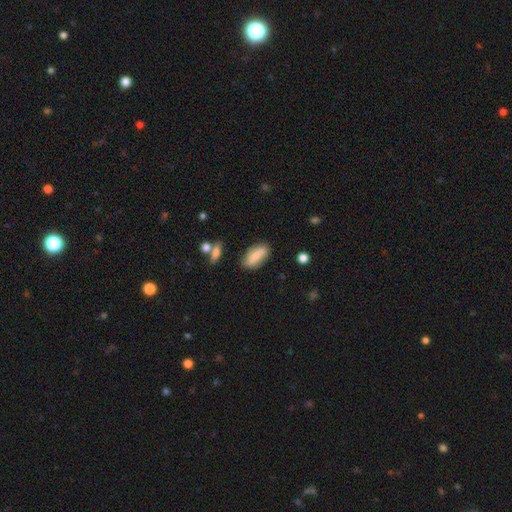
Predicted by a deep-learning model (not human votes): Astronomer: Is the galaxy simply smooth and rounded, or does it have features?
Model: smooth — 77%.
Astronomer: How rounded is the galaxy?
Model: in between — 83%.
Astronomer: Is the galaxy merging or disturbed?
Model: none — 77%.